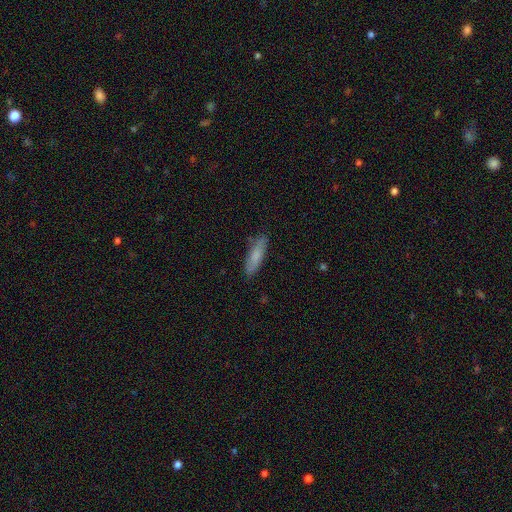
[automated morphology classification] This is likely a smooth galaxy (78%). How rounded: likely cigar-shaped (69%). Merging: clearly none (83%).